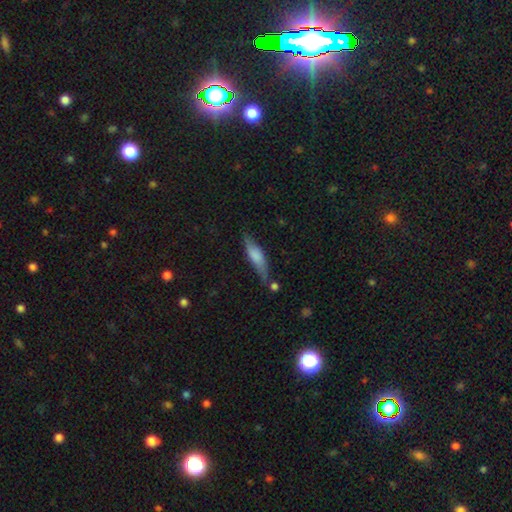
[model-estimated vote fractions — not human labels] A smooth galaxy with no disk features (61%) that is cigar-shaped (65%).

Vote fractions:
- Smooth or featured? smooth: 61% / featured or disk: 32% / star or artifact: 6%
- How rounded? cigar-shaped: 65% / in between: 33% / round: 3%
- Merging? none: 57% / minor disturbance: 27% / merger: 9% / major disturbance: 8%